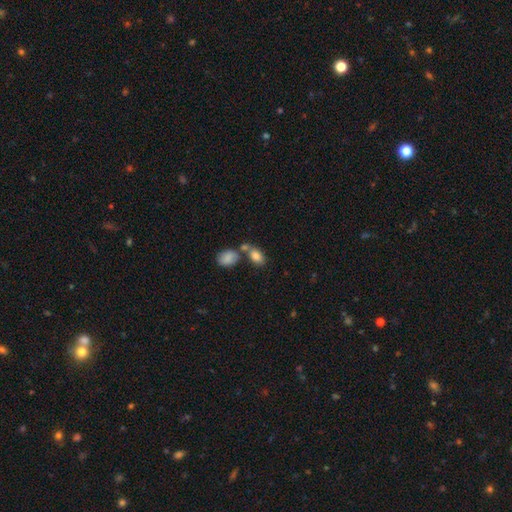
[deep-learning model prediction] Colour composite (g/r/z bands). It shows a smooth galaxy with no disk features (83%) that is in between round and cigar-shaped (89%). Merging: merger (45%).